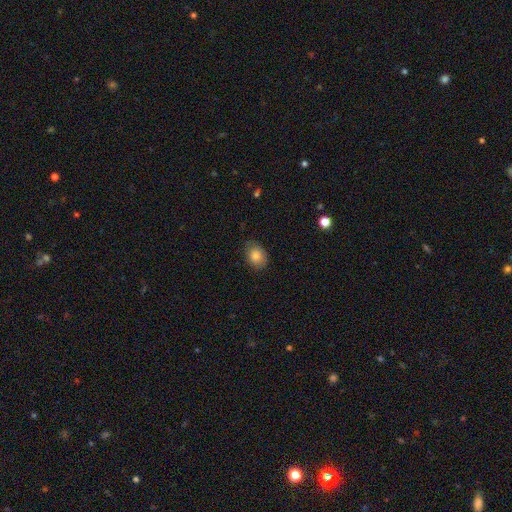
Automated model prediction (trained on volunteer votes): A smooth galaxy with no disk features (80%) that is in between round and cigar-shaped (65%). Merging: none (73%).